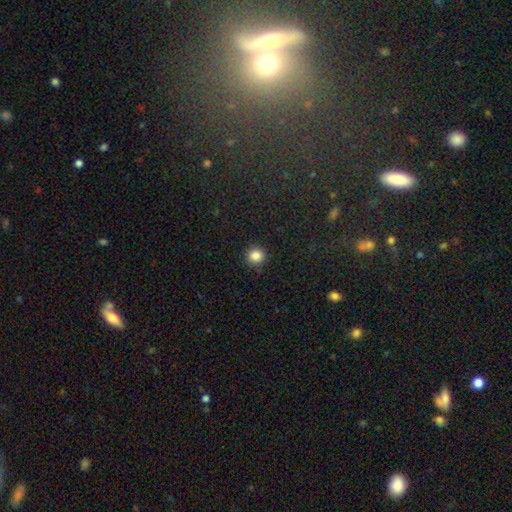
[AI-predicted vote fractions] A smooth galaxy with no disk features (86%) that is round (91%).

Vote fractions:
- Smooth or featured? smooth: 86% / star or artifact: 11% / featured or disk: 3%
- How rounded? round: 91% / in between: 8% / cigar-shaped: 1%
- Merging? none: 89% / minor disturbance: 7% / major disturbance: 2% / merger: 1%